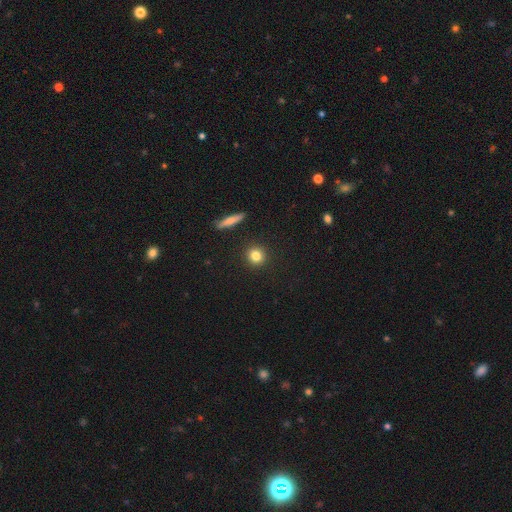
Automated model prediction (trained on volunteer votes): Morphology: type=smooth (82%); roundness=round (87%); merging=none (92%).